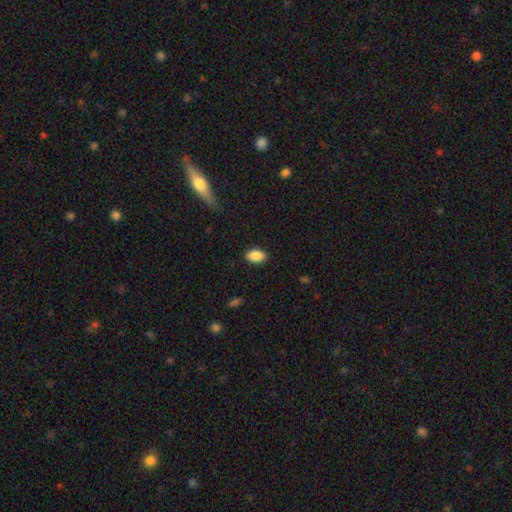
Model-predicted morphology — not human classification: smooth_or_featured: smooth (p=0.88) [alt: star or artifact p=0.07]
how_rounded: in between (p=0.90) [alt: round p=0.08]
merging: none (p=0.87) [alt: minor disturbance p=0.10]